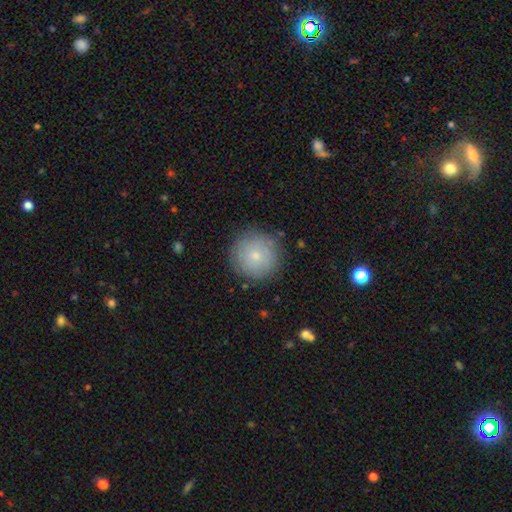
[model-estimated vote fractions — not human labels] smooth-or-featured: smooth: 75% | featured or disk: 16% | star or artifact: 9%
  how-rounded: round: 95% | in between: 4% | cigar-shaped: 1%
  merging: none: 84% | minor disturbance: 11% | major disturbance: 3% | merger: 1%